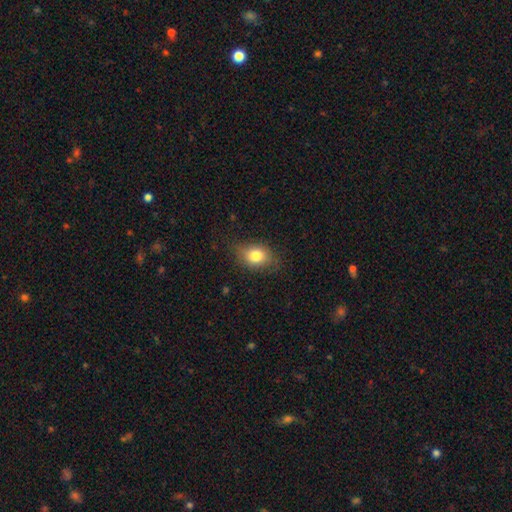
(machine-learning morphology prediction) Smooth or featured? smooth (79%)
How rounded? in between (67%)
Merging? none (74%)